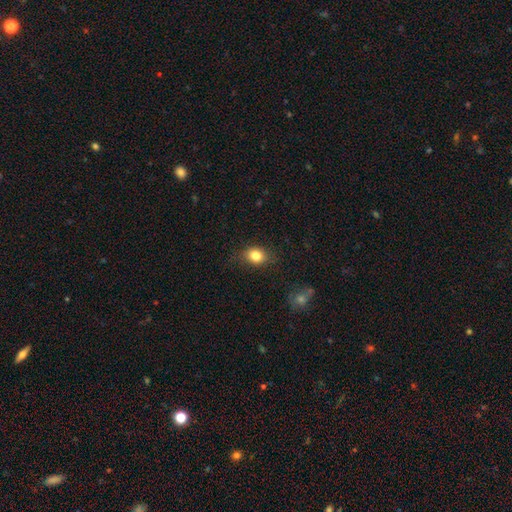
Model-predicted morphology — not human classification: Overall: smooth (81%). How rounded: round (55%; in between 44%). Merging: none (81%).